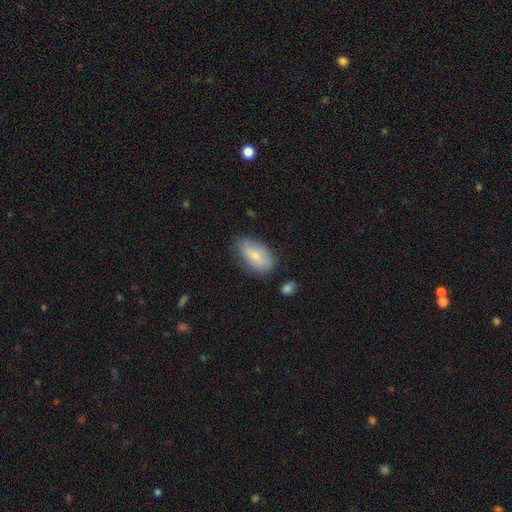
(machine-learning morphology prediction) Smooth or featured?
  - smooth: 65% *
  - featured or disk: 28%
  - star or artifact: 7%
How rounded?
  - in between: 90% *
  - round: 7%
  - cigar-shaped: 3%
Merging?
  - none: 66% *
  - minor disturbance: 25%
  - major disturbance: 6%
  - merger: 3%